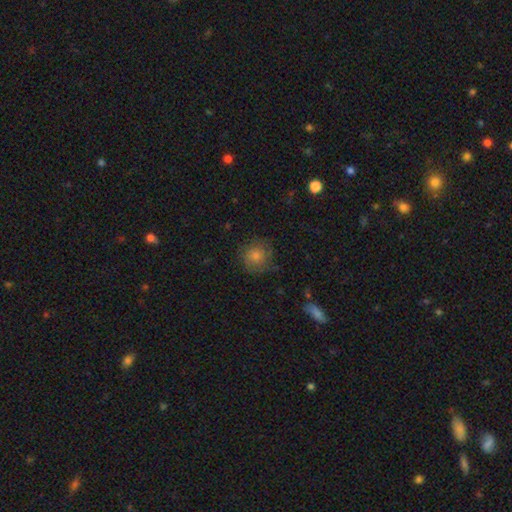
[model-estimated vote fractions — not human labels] smooth_or_featured: smooth (p=0.61) [alt: featured or disk p=0.26]
how_rounded: round (p=0.89) [alt: in between p=0.10]
merging: none (p=0.76) [alt: minor disturbance p=0.16]